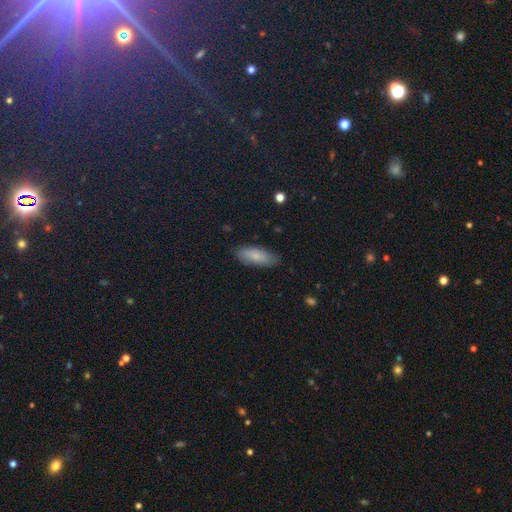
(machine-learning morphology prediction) The model was most divided on "how rounded": in between: 74%, cigar-shaped: 24%, round: 2%. More confident: merging — none (81%); smooth or featured — smooth (79%).